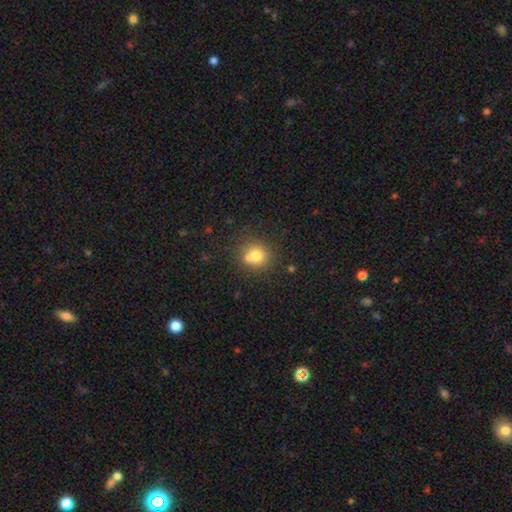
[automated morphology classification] A smooth galaxy with no disk features (74%) that is round (85%).

Vote fractions:
- Smooth or featured? smooth: 74% / star or artifact: 13% / featured or disk: 13%
- How rounded? round: 85% / in between: 14% / cigar-shaped: 1%
- Merging? none: 61% / merger: 24% / minor disturbance: 11% / major disturbance: 4%